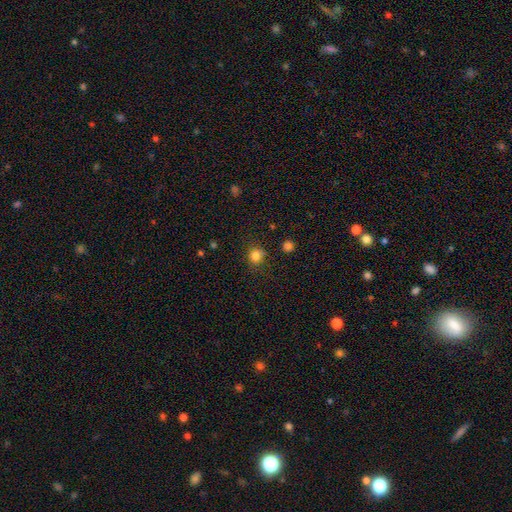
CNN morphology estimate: Smooth or featured: smooth — 81% (star or artifact — 14%)
How rounded: round — 86% (in between — 13%)
Merging: none — 80% (minor disturbance — 13%)